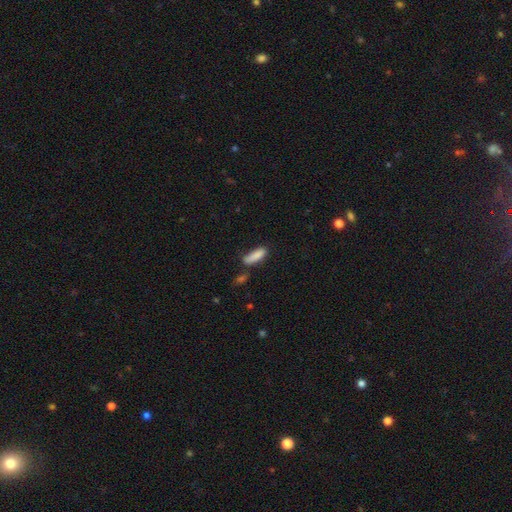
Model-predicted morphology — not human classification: Smooth or featured? smooth (86%)
How rounded? cigar-shaped (51%)
Merging? none (59%)